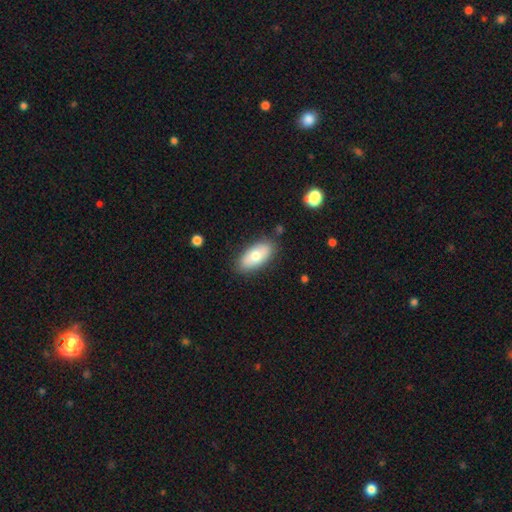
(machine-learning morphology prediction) Smooth or featured: smooth — 71% (featured or disk — 22%)
How rounded: in between — 92% (cigar-shaped — 6%)
Merging: none — 84% (minor disturbance — 12%)